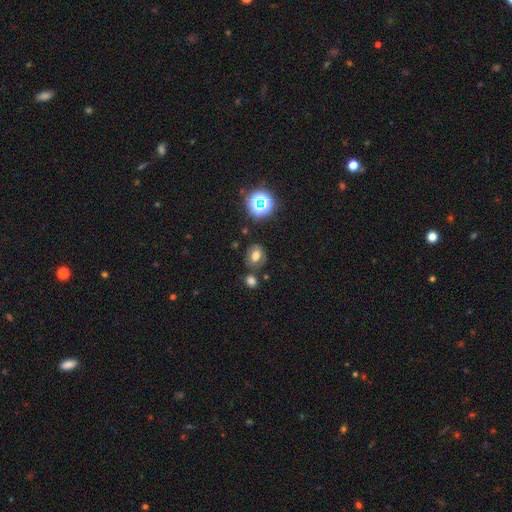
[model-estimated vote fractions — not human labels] This appears to be a smooth galaxy with no disk features (62%) that is in between round and cigar-shaped (56%). Merging: none (71%).